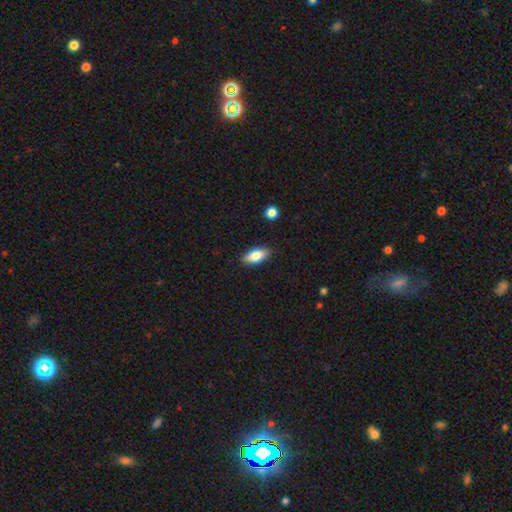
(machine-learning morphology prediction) smooth_or_featured: smooth (p=0.77) [alt: featured or disk p=0.16]
how_rounded: in between (p=0.84) [alt: cigar-shaped p=0.13]
merging: none (p=0.87) [alt: minor disturbance p=0.09]